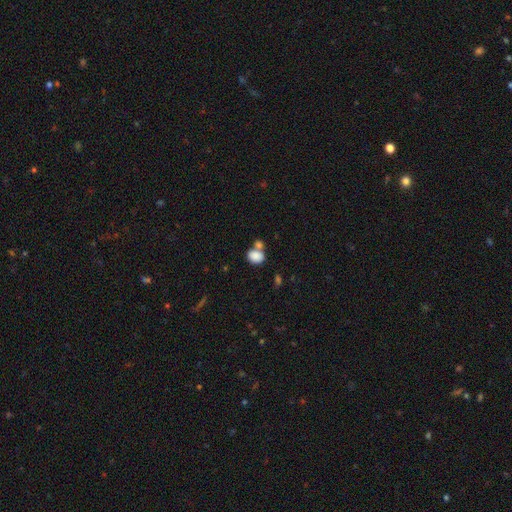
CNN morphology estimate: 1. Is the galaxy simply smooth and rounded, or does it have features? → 85% smooth, 8% star or artifact, 7% featured or disk.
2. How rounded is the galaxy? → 65% in between, 33% round, 1% cigar-shaped.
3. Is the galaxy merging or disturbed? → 43% merger, 41% none, 11% minor disturbance, 5% major disturbance.